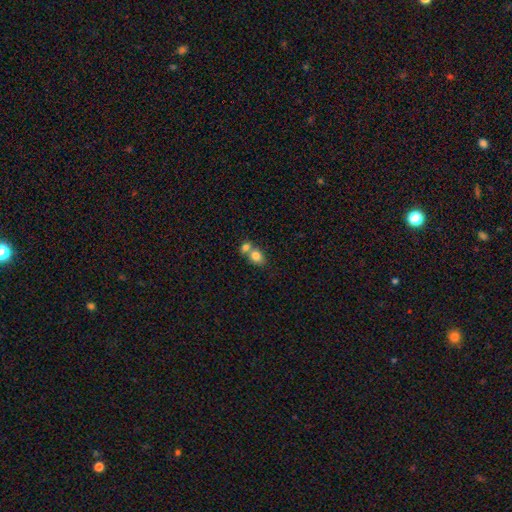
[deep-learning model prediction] Smooth or featured?
  - smooth: 80% *
  - featured or disk: 11%
  - star or artifact: 9%
How rounded?
  - in between: 57% *
  - round: 42%
  - cigar-shaped: 1%
Merging?
  - merger: 59% *
  - none: 31%
  - minor disturbance: 7%
  - major disturbance: 3%